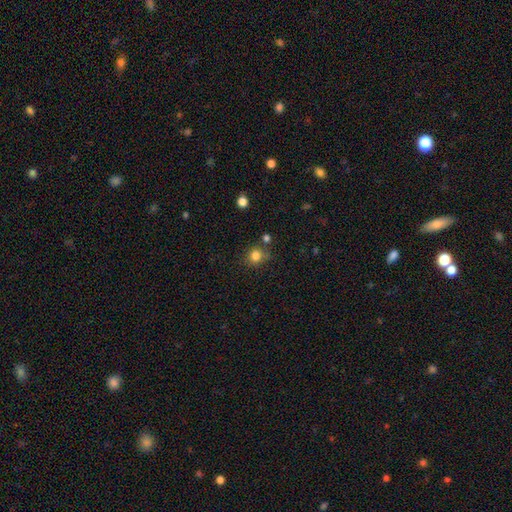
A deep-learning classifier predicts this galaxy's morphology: The model was most divided on "merging": none: 73%, minor disturbance: 14%, merger: 9%, major disturbance: 5%. More confident: smooth or featured — smooth (82%); how rounded — round (81%).